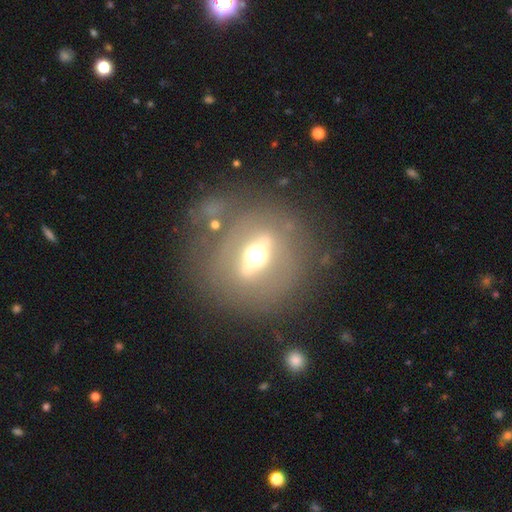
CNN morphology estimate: Q: Smooth or featured?
A: featured or disk (67%); runner-up: smooth (23%)
Q: Edge-on disk?
A: no (59%); runner-up: yes (41%)
Q: Merging?
A: none (74%); runner-up: minor disturbance (11%)